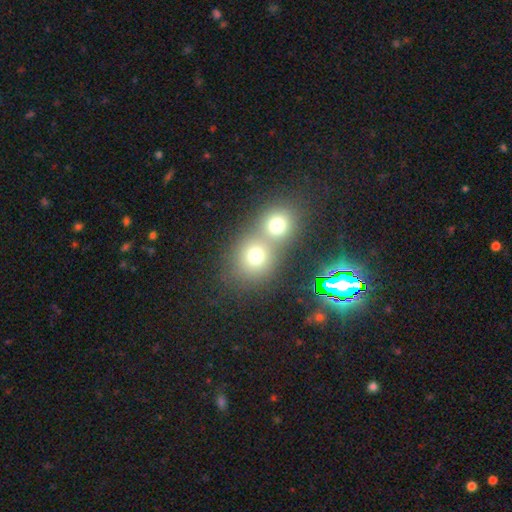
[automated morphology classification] Overall: smooth (71%). How rounded: round (79%). Merging: merger (61%; none 31%).